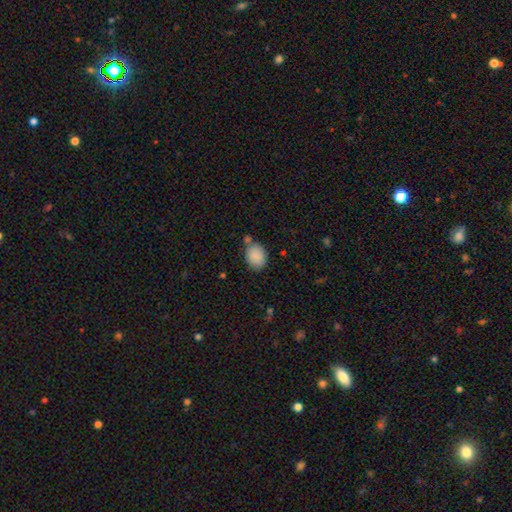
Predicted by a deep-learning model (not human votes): Morphology: type=smooth (88%); roundness=in between (60%); merging=none (64%).